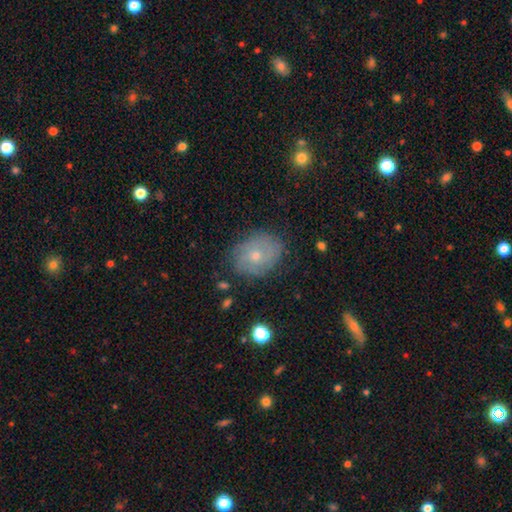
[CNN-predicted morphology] This appears to be a smooth galaxy with no disk features (48%). Merging: none (76%).